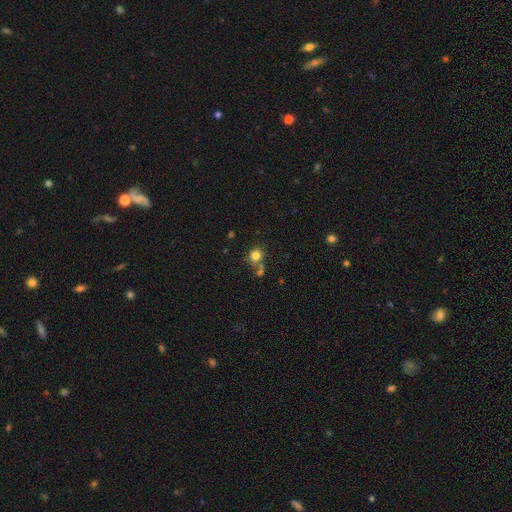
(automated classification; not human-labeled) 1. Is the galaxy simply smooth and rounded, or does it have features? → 80% smooth, 13% star or artifact, 8% featured or disk.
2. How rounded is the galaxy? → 88% round, 11% in between, 1% cigar-shaped.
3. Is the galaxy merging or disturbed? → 61% none, 22% merger, 12% minor disturbance, 5% major disturbance.